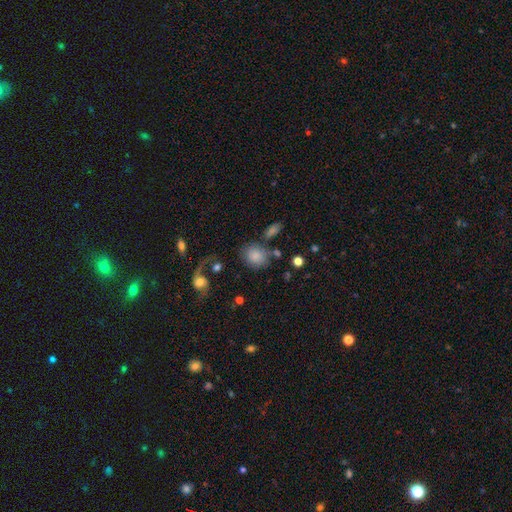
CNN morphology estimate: Smooth or featured? smooth (78%)
How rounded? round (71%)
Merging? none (59%)